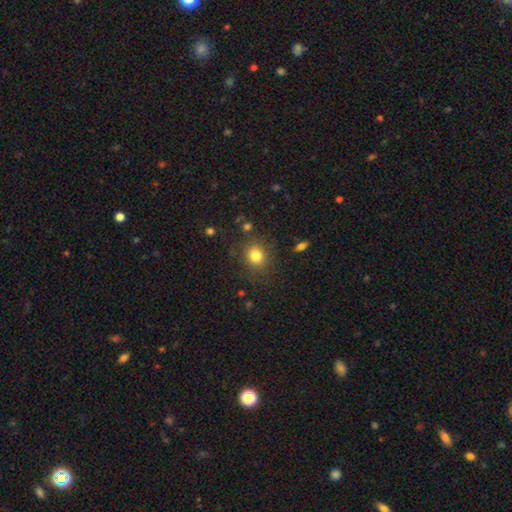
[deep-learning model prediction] Morphology: type=smooth (82%); roundness=round (78%); merging=none (83%).